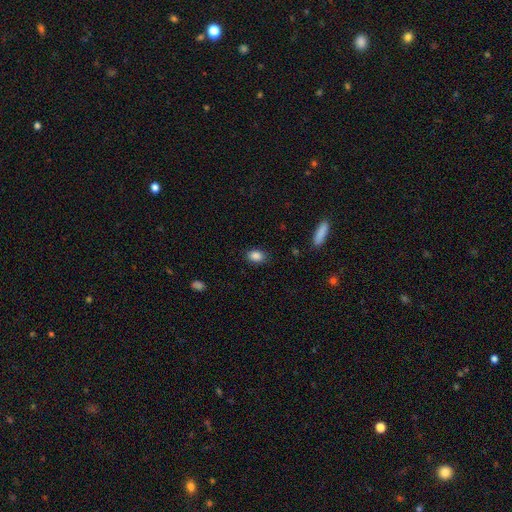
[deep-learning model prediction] smooth 87%, star or artifact 9%, featured or disk 4%. Down the decision tree: how rounded — in between (77%); merging — none (83%).